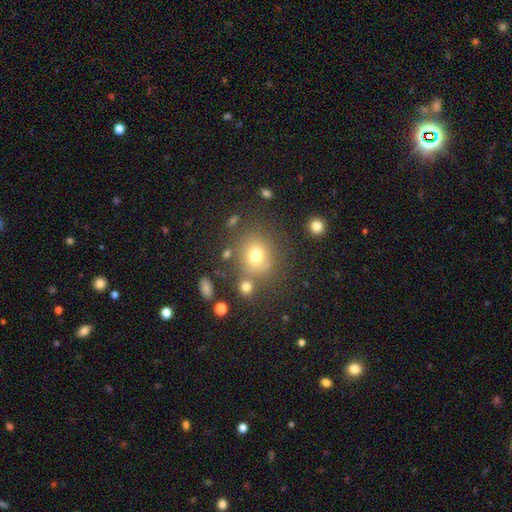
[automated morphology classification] smooth-or-featured: smooth: 70% | star or artifact: 17% | featured or disk: 13%
  how-rounded: round: 75% | in between: 24% | cigar-shaped: 1%
  merging: none: 69% | minor disturbance: 13% | merger: 12% | major disturbance: 6%